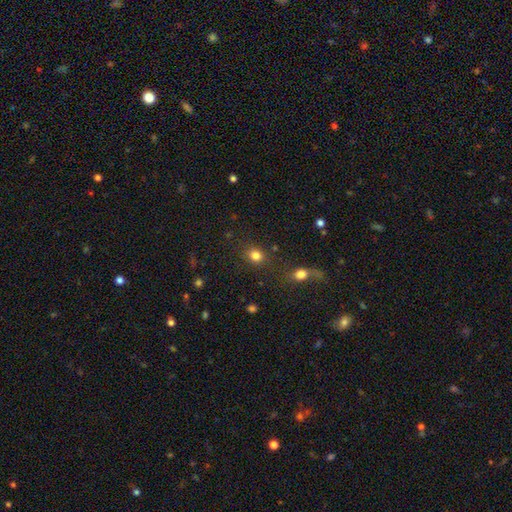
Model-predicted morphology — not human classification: Smooth or featured: smooth — 81% (star or artifact — 13%)
How rounded: round — 66% (in between — 33%)
Merging: none — 80% (minor disturbance — 10%)